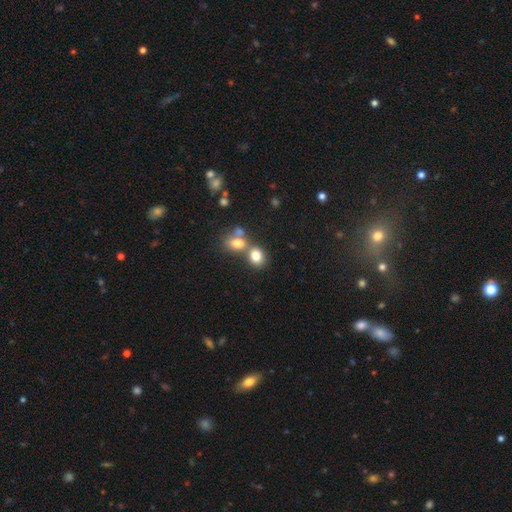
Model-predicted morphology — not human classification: smooth_or_featured: smooth (p=0.78) [alt: star or artifact p=0.11]
how_rounded: round (p=0.54) [alt: in between p=0.45]
merging: none (p=0.44) [alt: merger p=0.43]